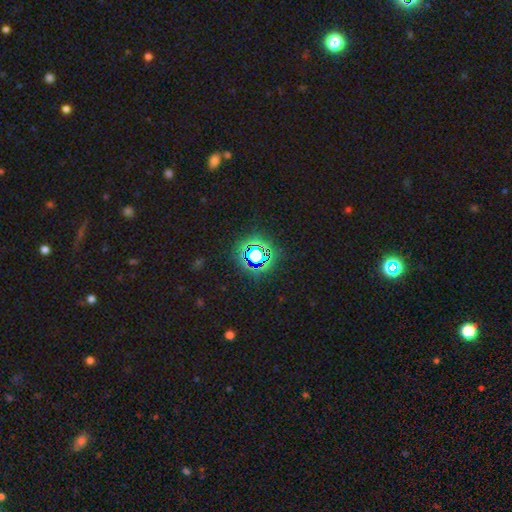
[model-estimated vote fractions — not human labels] This is likely a star or artifact rather than a galaxy (73%).